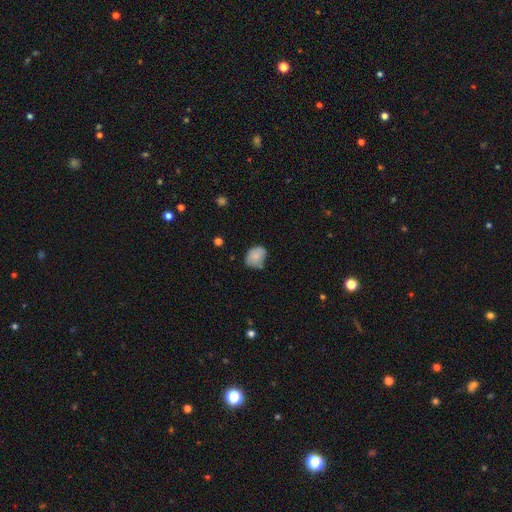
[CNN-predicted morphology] Smooth or featured: smooth — 82% (featured or disk — 10%)
How rounded: in between — 66% (round — 33%)
Merging: none — 56% (minor disturbance — 33%)